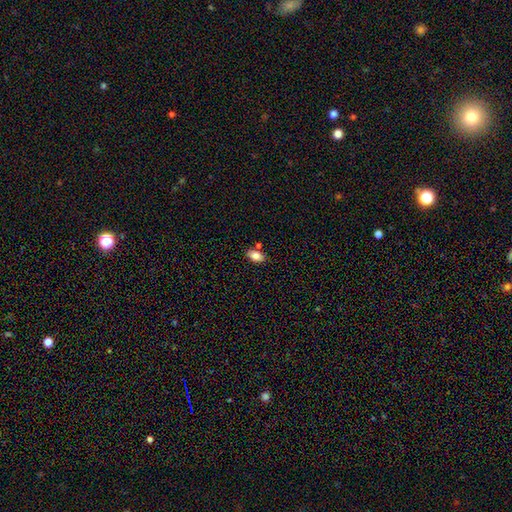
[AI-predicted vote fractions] This appears to be a smooth galaxy with no disk features (82%) that is in between round and cigar-shaped (89%). Merging: none (76%).